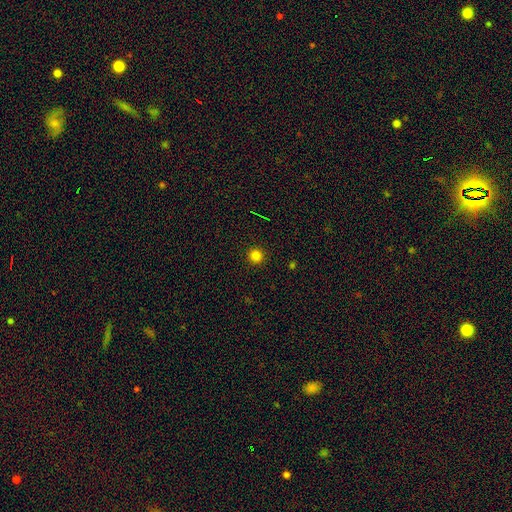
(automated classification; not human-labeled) The model was most divided on "smooth or featured": smooth: 82%, star or artifact: 14%, featured or disk: 4%. More confident: how rounded — round (96%); merging — none (93%).